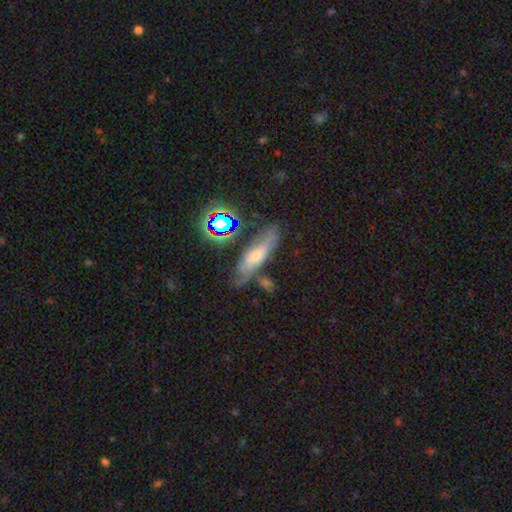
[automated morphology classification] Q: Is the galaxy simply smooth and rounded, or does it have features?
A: smooth — 44%.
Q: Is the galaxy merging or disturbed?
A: none — 65%.